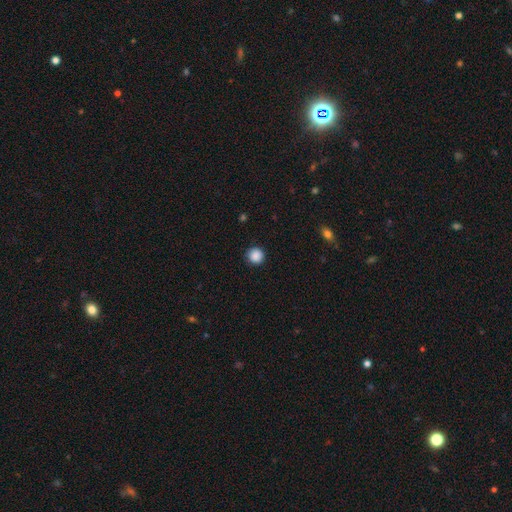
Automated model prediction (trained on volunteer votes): Smooth or featured? smooth (88%)
How rounded? round (95%)
Merging? none (91%)